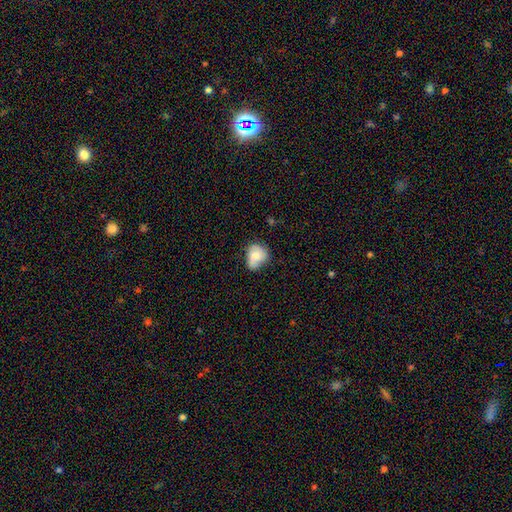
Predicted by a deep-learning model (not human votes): Smooth or featured? Predicted: smooth (p=0.66). How rounded? Predicted: round (p=0.54). Merging? Predicted: none (p=0.46).